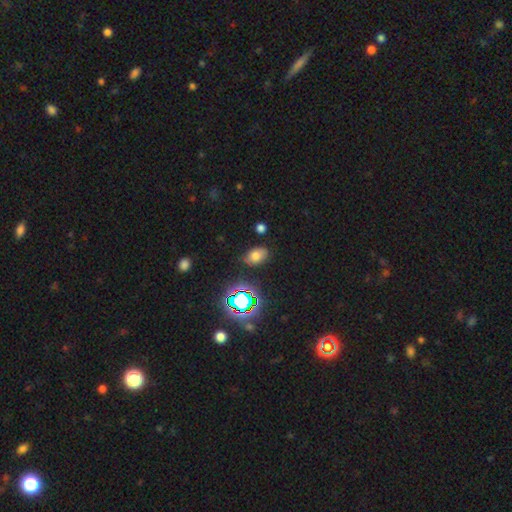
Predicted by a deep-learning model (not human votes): Smooth or featured? Predicted: smooth (p=0.65). How rounded? Predicted: in between (p=0.83). Merging? Predicted: none (p=0.79).